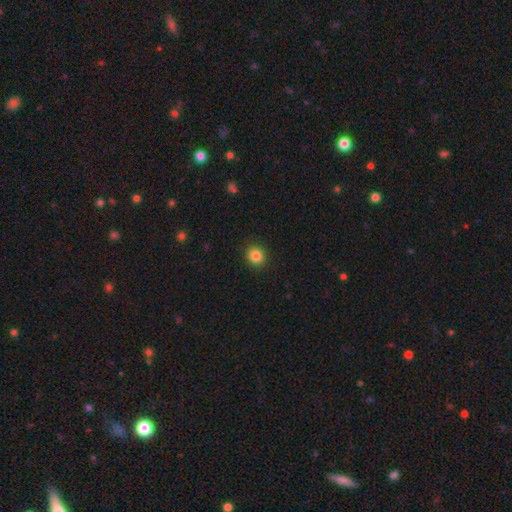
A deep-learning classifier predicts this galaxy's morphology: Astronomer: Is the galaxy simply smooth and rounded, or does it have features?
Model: smooth — 85%.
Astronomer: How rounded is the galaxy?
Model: round — 85%.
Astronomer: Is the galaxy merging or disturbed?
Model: none — 92%.